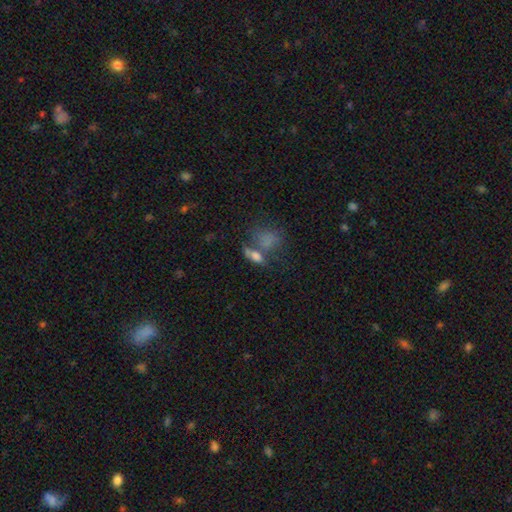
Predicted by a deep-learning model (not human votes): smooth 67%, featured or disk 19%, star or artifact 14%. Down the decision tree: how rounded — in between (71%); merging — merger (36%).